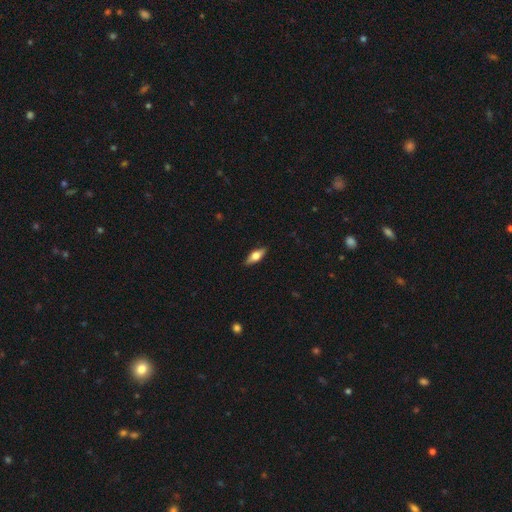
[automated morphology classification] smooth_or_featured: smooth (p=0.56) [alt: featured or disk p=0.37]
how_rounded: in between (p=0.70) [alt: cigar-shaped p=0.26]
merging: none (p=0.88) [alt: minor disturbance p=0.09]